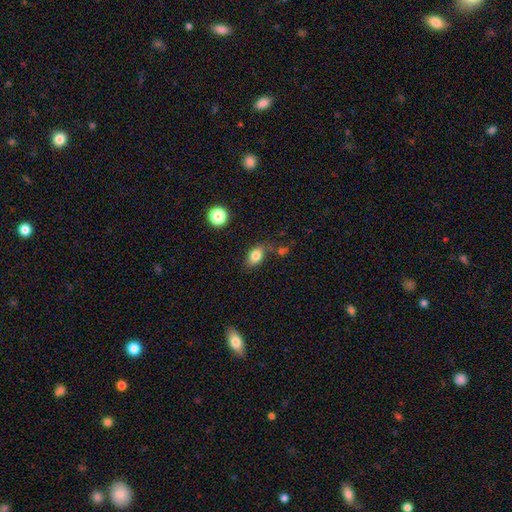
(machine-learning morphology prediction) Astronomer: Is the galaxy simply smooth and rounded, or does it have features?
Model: smooth — 82%.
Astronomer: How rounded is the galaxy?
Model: in between — 83%.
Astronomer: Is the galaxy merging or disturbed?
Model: none — 71%.